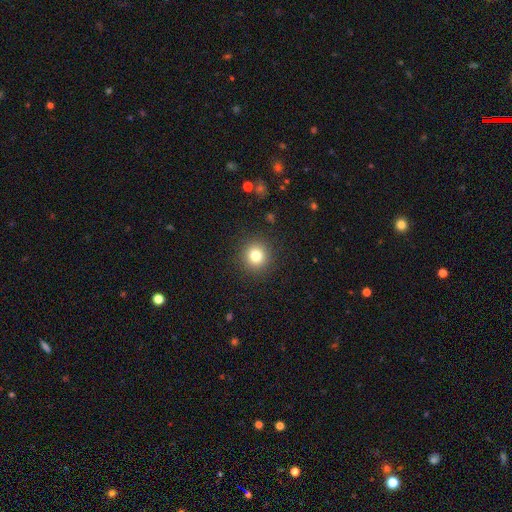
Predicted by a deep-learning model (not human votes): This is clearly a smooth galaxy (80%). How rounded: clearly round (93%). Merging: clearly none (91%).